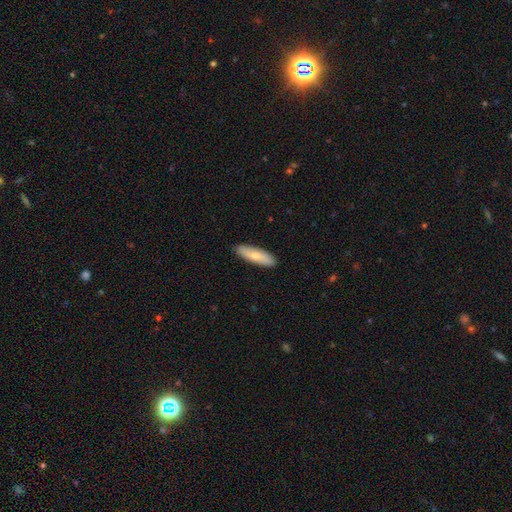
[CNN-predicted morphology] This is likely a smooth galaxy (76%). How rounded: likely cigar-shaped (63%). Merging: clearly none (90%).